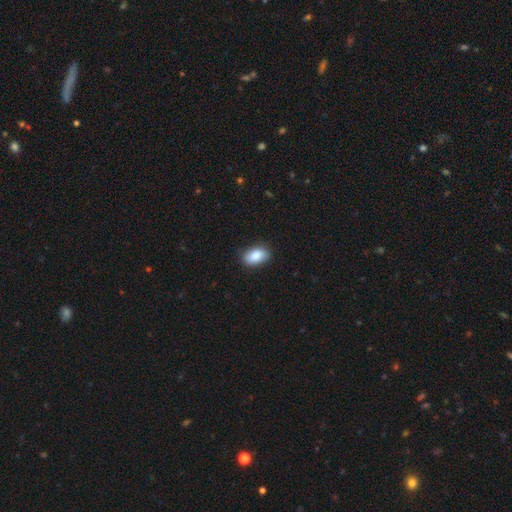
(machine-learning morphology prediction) A smooth galaxy with no disk features (87%) that is in between round and cigar-shaped (91%).

Vote fractions:
- Smooth or featured? smooth: 87% / star or artifact: 7% / featured or disk: 7%
- How rounded? in between: 91% / round: 7% / cigar-shaped: 2%
- Merging? none: 85% / minor disturbance: 12% / major disturbance: 2% / merger: 1%